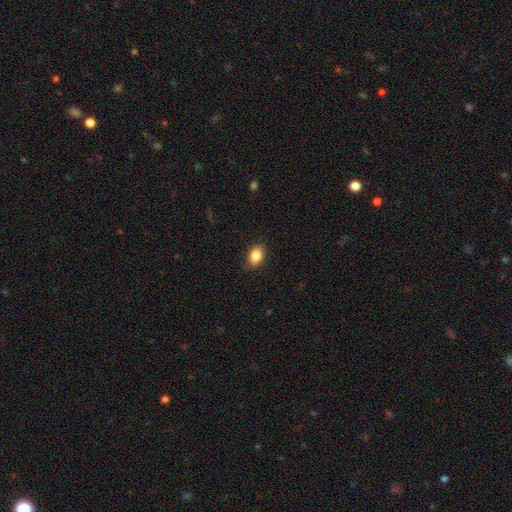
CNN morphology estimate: Smooth or featured: smooth — 86% (star or artifact — 8%)
How rounded: in between — 81% (round — 17%)
Merging: none — 84% (minor disturbance — 12%)